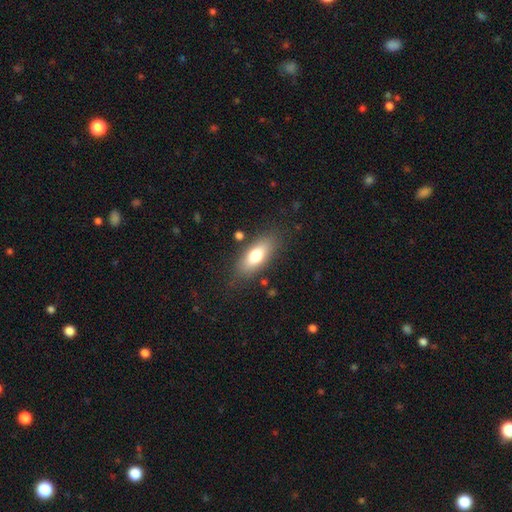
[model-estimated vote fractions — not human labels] Smooth or featured: smooth — 74% (featured or disk — 19%)
How rounded: in between — 78% (cigar-shaped — 19%)
Merging: none — 81% (minor disturbance — 13%)